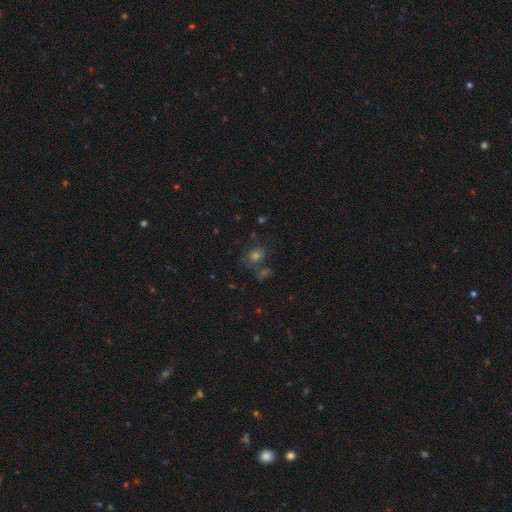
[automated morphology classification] Smooth or featured: smooth — 56% (star or artifact — 29%)
How rounded: round — 61% (in between — 38%)
Merging: none — 63% (merger — 16%)